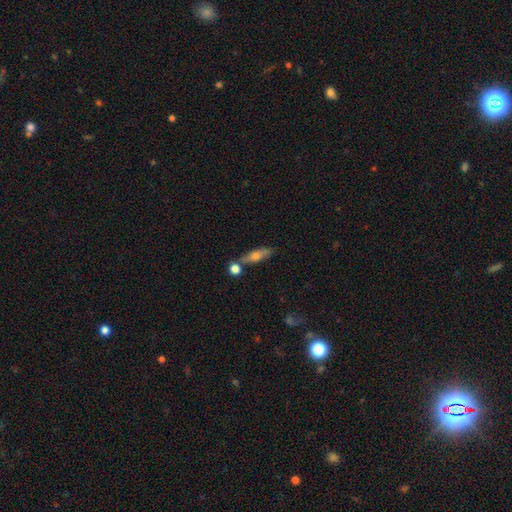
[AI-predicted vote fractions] Smooth or featured?
  - smooth: 55% *
  - featured or disk: 36%
  - star or artifact: 9%
How rounded?
  - cigar-shaped: 57% *
  - in between: 38%
  - round: 5%
Merging?
  - none: 71% *
  - merger: 13%
  - minor disturbance: 13%
  - major disturbance: 3%